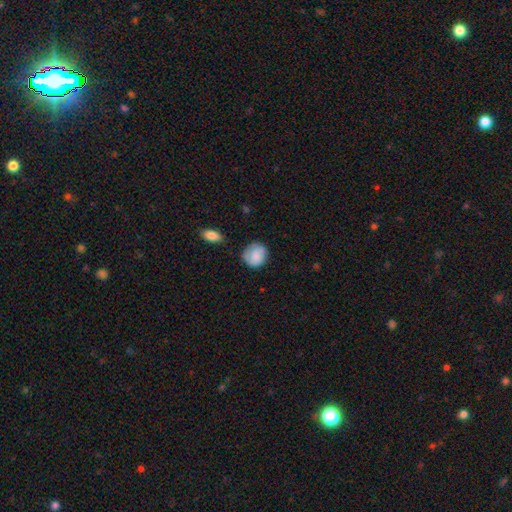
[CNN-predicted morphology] This appears to be a smooth galaxy with no disk features (78%) that is round (82%). Merging: none (73%).